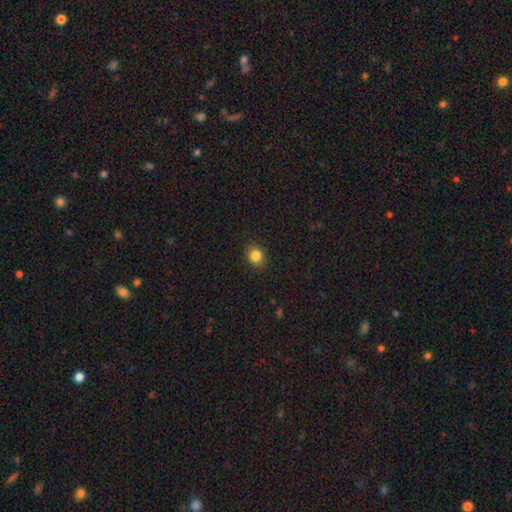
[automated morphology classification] A smooth galaxy with no disk features (85%) that is round (68%).

Vote fractions:
- Smooth or featured? smooth: 85% / star or artifact: 11% / featured or disk: 5%
- How rounded? round: 68% / in between: 31% / cigar-shaped: 1%
- Merging? none: 89% / minor disturbance: 8% / major disturbance: 2% / merger: 1%